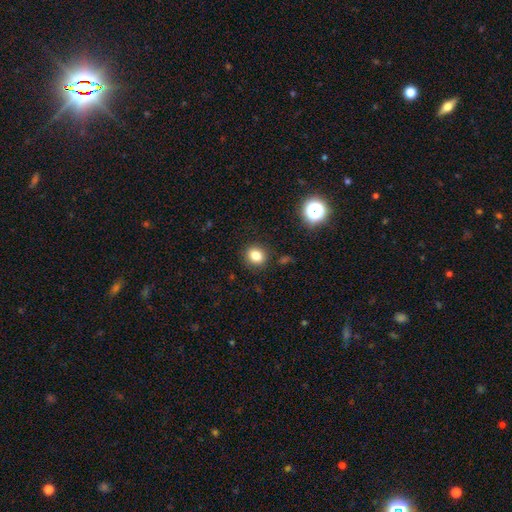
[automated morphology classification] A smooth galaxy with no disk features (82%) that is round (67%). Merging: none (88%).